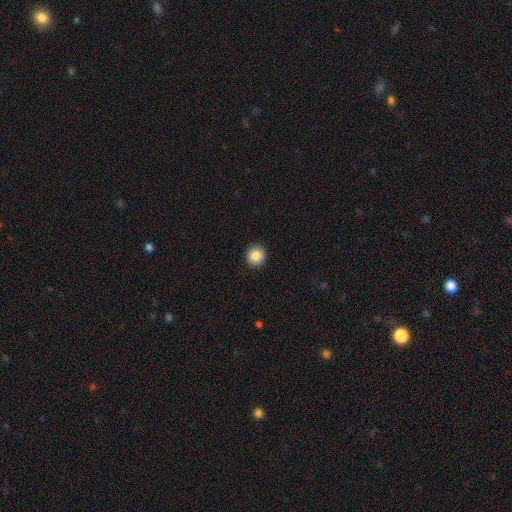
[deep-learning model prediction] A smooth galaxy with no disk features (87%) that is round (91%).

Vote fractions:
- Smooth or featured? smooth: 87% / star or artifact: 9% / featured or disk: 4%
- How rounded? round: 91% / in between: 9% / cigar-shaped: 1%
- Merging? none: 92% / minor disturbance: 6% / major disturbance: 2% / merger: 1%